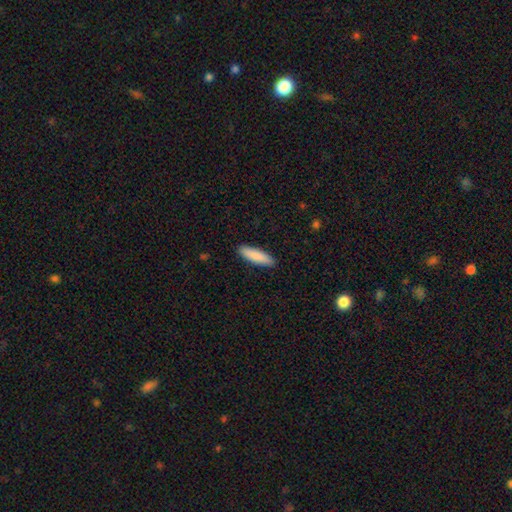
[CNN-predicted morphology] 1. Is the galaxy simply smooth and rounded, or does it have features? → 87% smooth, 8% featured or disk, 5% star or artifact.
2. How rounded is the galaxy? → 66% cigar-shaped, 32% in between, 1% round.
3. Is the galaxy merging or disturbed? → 90% none, 7% minor disturbance, 2% major disturbance, 1% merger.